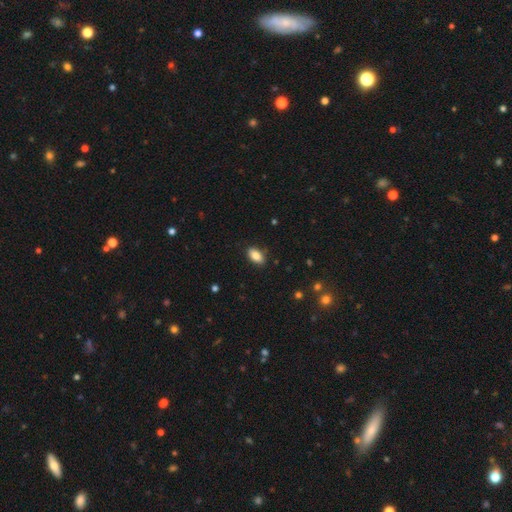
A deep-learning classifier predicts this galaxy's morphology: Smooth or featured? smooth (85%)
How rounded? in between (91%)
Merging? none (87%)